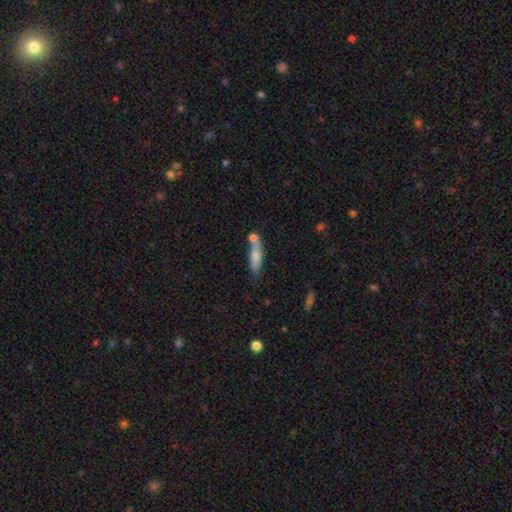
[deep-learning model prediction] Smooth or featured? Predicted: smooth (p=0.72). How rounded? Predicted: cigar-shaped (p=0.68). Merging? Predicted: none (p=0.48).